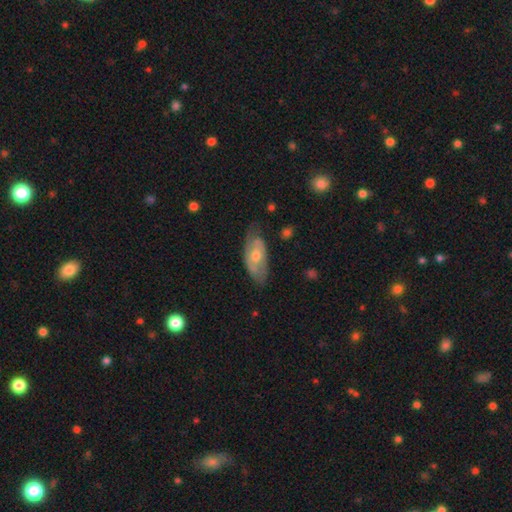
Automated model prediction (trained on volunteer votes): This is possibly a featured or disk galaxy (58%). It is clearly not viewed edge-on (84%). Merging: likely none (64%).